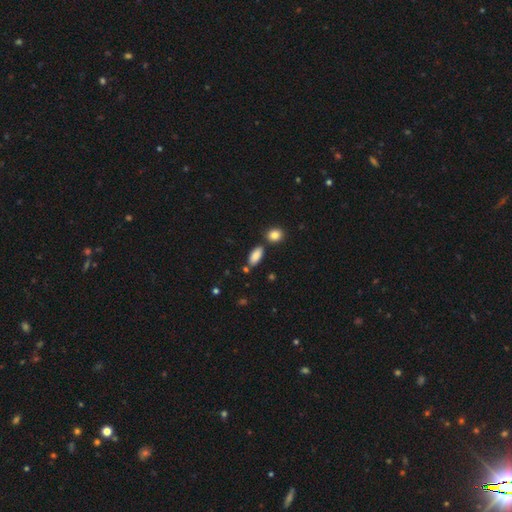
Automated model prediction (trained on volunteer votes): Morphology: type=smooth (86%); roundness=in between (87%); merging=none (76%).